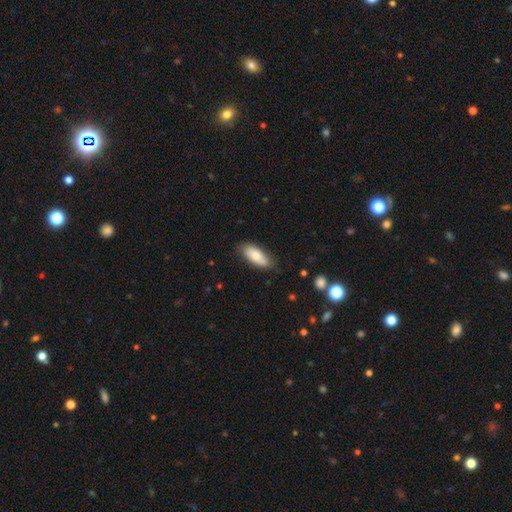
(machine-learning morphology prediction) This is likely a smooth galaxy (75%). How rounded: clearly in between (85%). Merging: likely none (76%).